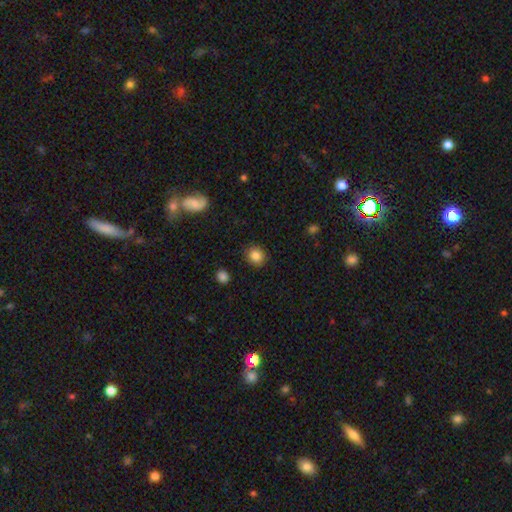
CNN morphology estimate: Overall: smooth (83%). How rounded: round (79%). Merging: none (89%).